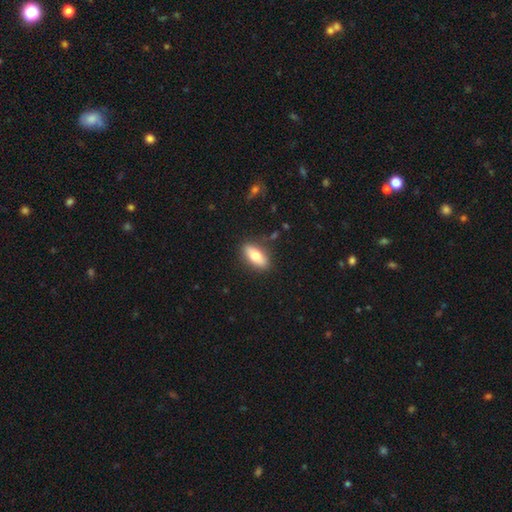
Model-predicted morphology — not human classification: smooth 74%, featured or disk 20%, star or artifact 7%. Down the decision tree: how rounded — in between (83%); merging — none (86%).